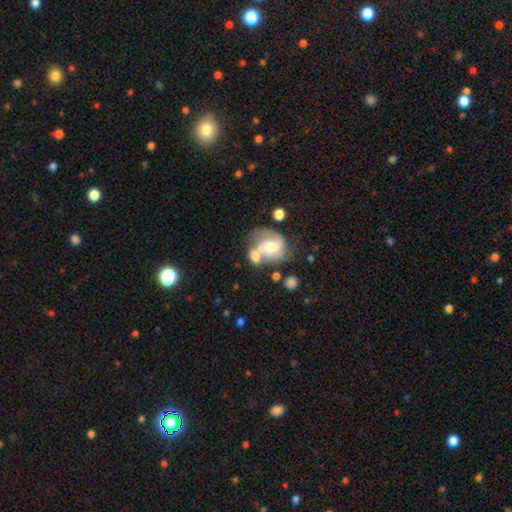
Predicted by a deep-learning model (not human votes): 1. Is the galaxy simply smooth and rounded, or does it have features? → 60% featured or disk, 32% smooth, 8% star or artifact.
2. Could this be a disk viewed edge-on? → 97% no, 3% yes.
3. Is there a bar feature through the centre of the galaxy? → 53% no, 36% weak, 11% strong.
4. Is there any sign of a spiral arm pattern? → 75% yes, 25% no.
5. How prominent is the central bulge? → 56% moderate, 29% small, 9% large, 4% none, 2% dominant.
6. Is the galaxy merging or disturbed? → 43% merger, 29% none, 15% minor disturbance, 12% major disturbance.